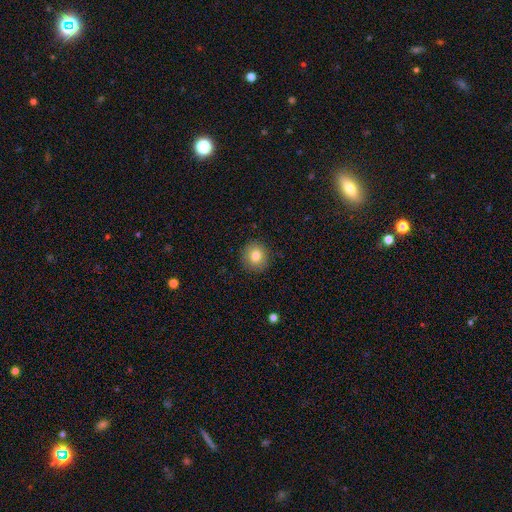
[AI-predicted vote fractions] A smooth galaxy with no disk features (81%) that is round (89%). Merging: none (90%).